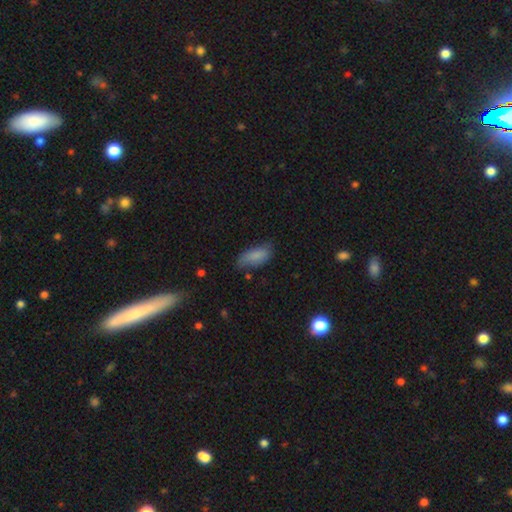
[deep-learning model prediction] This appears to be a smooth galaxy with no disk features (83%) that is in between round and cigar-shaped (84%). Merging: none (61%).